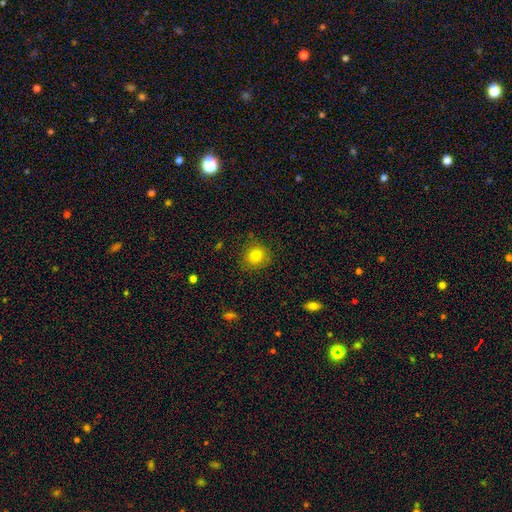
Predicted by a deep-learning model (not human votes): smooth 81%, star or artifact 11%, featured or disk 8%. Down the decision tree: how rounded — round (84%); merging — none (83%).